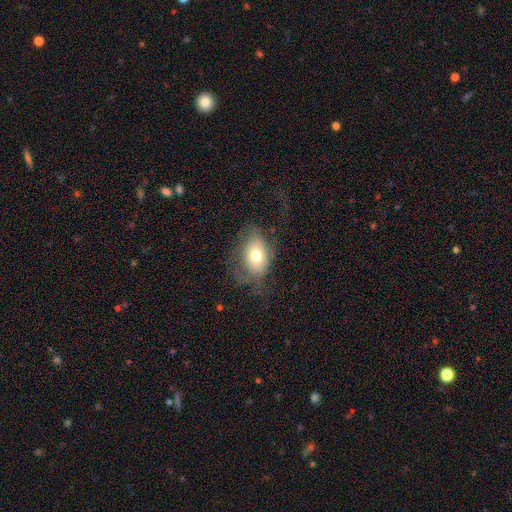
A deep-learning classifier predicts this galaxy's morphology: Overall: smooth (63%; featured or disk 27%). How rounded: in between (79%). Merging: none (42%; major disturbance 30%).